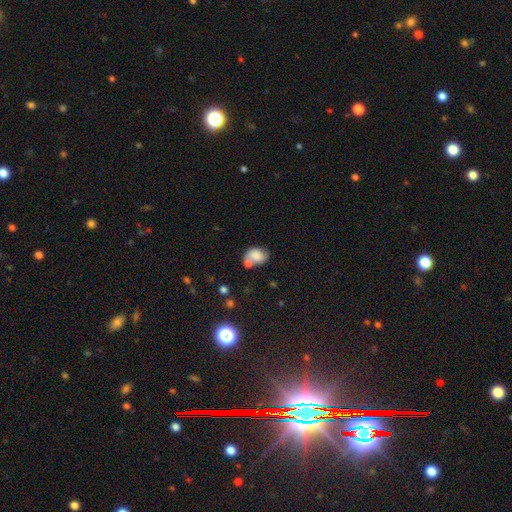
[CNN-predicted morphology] type=smooth (65%); roundness=in between (61%); merging=none (36%, tied with merger).